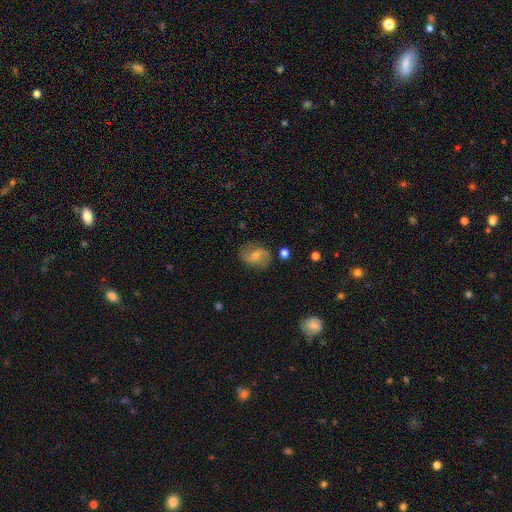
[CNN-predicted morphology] Smooth or featured?
  - featured or disk: 48% *
  - smooth: 41%
  - star or artifact: 11%
Merging?
  - none: 79% *
  - minor disturbance: 15%
  - major disturbance: 5%
  - merger: 2%